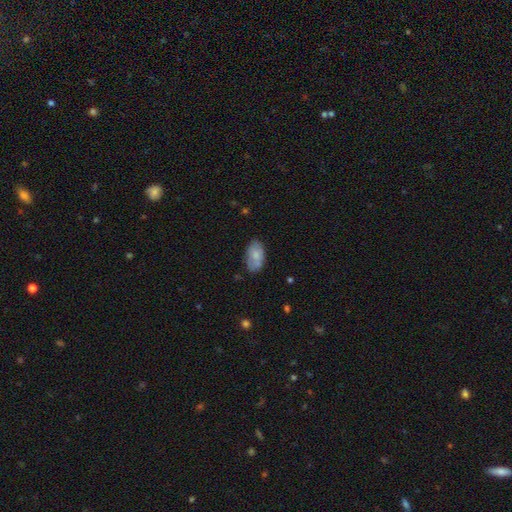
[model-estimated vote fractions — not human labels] Smooth or featured?
  - smooth: 74% *
  - featured or disk: 19%
  - star or artifact: 6%
How rounded?
  - in between: 94% *
  - round: 4%
  - cigar-shaped: 2%
Merging?
  - none: 72% *
  - minor disturbance: 22%
  - major disturbance: 5%
  - merger: 2%